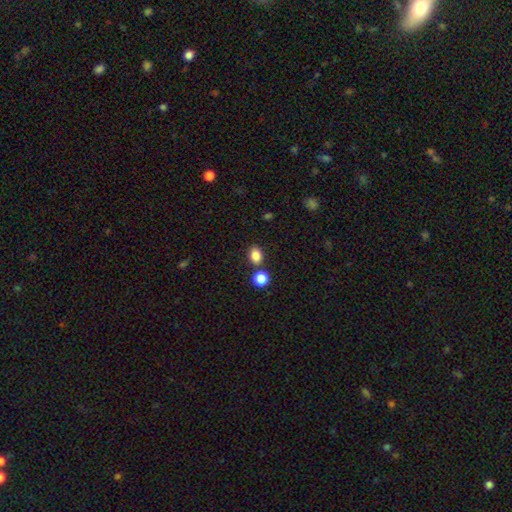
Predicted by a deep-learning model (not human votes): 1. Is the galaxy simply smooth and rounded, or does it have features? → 84% smooth, 11% star or artifact, 5% featured or disk.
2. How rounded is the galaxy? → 59% in between, 40% round, 1% cigar-shaped.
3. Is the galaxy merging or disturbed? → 74% none, 13% merger, 10% minor disturbance, 3% major disturbance.